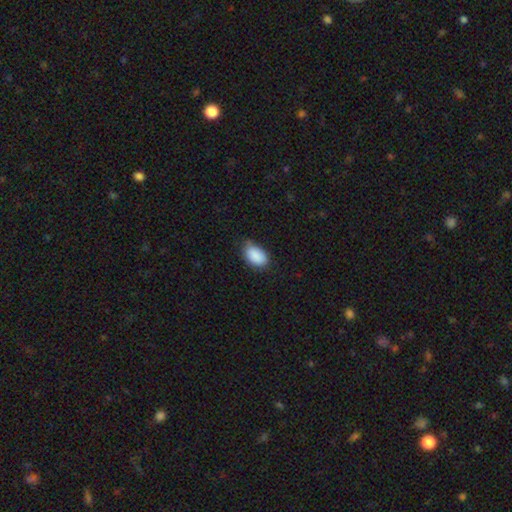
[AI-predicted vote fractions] Q: Smooth or featured?
A: smooth (89%); runner-up: star or artifact (7%)
Q: How rounded?
A: in between (90%); runner-up: round (9%)
Q: Merging?
A: none (62%); runner-up: minor disturbance (32%)